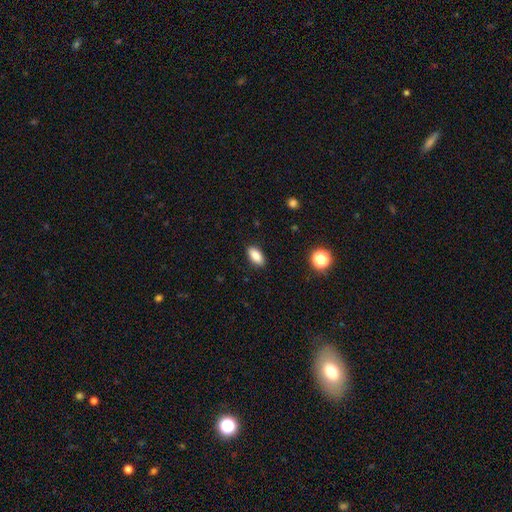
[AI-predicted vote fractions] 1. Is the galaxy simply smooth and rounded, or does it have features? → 86% smooth, 9% star or artifact, 5% featured or disk.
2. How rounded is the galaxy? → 88% in between, 8% cigar-shaped, 4% round.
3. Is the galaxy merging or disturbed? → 89% none, 8% minor disturbance, 2% major disturbance, 1% merger.